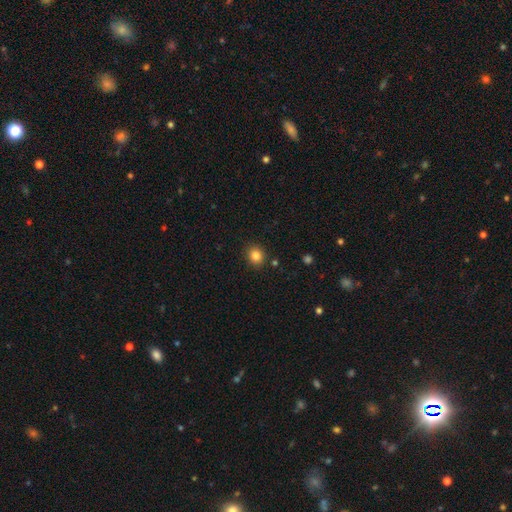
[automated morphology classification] This appears to be a smooth galaxy with no disk features (84%) that is round (79%). Merging: none (89%).